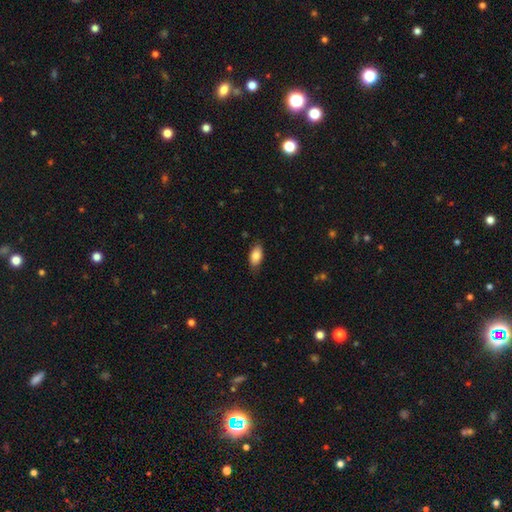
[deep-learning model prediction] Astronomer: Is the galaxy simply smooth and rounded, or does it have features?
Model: smooth — 84%.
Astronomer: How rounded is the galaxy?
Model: in between — 91%.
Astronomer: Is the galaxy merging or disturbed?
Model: none — 78%.